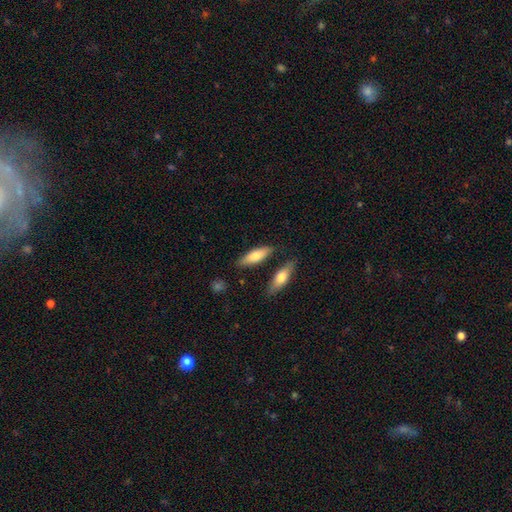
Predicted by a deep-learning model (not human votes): Overall: smooth (75%). How rounded: in between (53%; cigar-shaped 45%). Merging: none (77%).